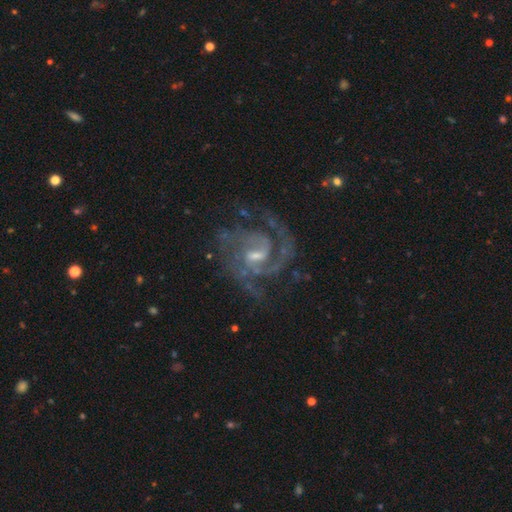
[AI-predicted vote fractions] Smooth or featured? Predicted: featured or disk (p=0.92). Edge-on disk? Predicted: no (p=0.98). Bar? Predicted: weak (p=0.61). Spiral arms? Predicted: yes (p=0.98). Spiral winding? Predicted: medium (p=0.52). Spiral arm count? Predicted: 2 (p=0.58). Bulge size? Predicted: small (p=0.53). Merging? Predicted: none (p=0.68).